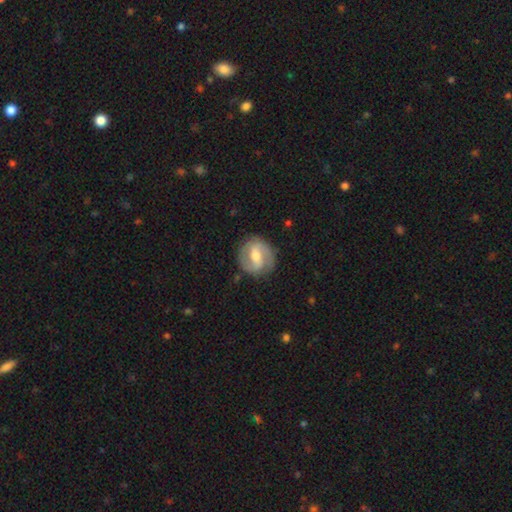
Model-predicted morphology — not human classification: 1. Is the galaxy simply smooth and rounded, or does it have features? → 77% featured or disk, 18% smooth, 5% star or artifact.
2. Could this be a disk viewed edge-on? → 98% no, 2% yes.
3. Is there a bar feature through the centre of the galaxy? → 48% weak, 34% strong, 18% no.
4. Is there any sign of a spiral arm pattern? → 89% yes, 11% no.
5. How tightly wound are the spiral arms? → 49% medium, 30% tight, 21% loose.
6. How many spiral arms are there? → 89% 2, 5% can't tell, 2% 1, 1% 3, 1% 4, 1% more than 4.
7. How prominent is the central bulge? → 65% moderate, 26% small, 6% large, 2% none, 1% dominant.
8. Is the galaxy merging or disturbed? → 84% none, 11% minor disturbance, 4% major disturbance, 1% merger.